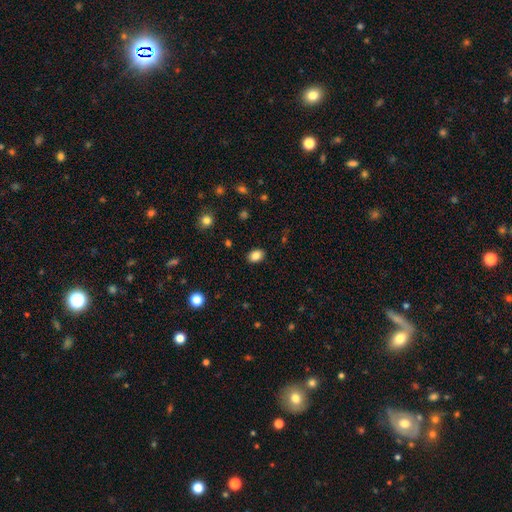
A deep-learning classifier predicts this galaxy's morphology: smooth-or-featured: smooth: 85% | star or artifact: 9% | featured or disk: 5%
  how-rounded: in between: 72% | round: 27% | cigar-shaped: 1%
  merging: none: 88% | minor disturbance: 9% | major disturbance: 2% | merger: 1%